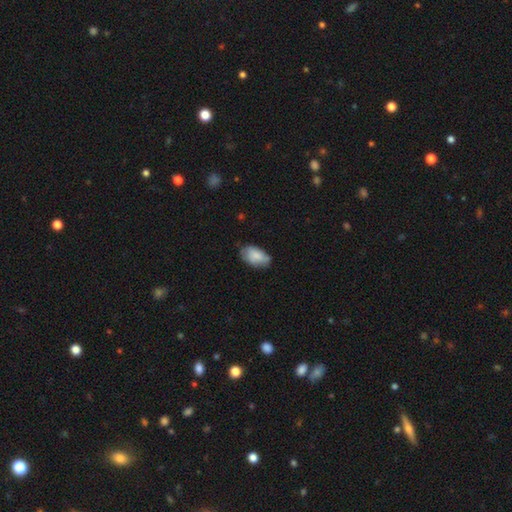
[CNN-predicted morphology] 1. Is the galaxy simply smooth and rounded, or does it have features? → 80% smooth, 13% featured or disk, 7% star or artifact.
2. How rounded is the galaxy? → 93% in between, 5% round, 2% cigar-shaped.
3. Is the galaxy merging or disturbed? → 60% none, 31% minor disturbance, 6% major disturbance, 2% merger.